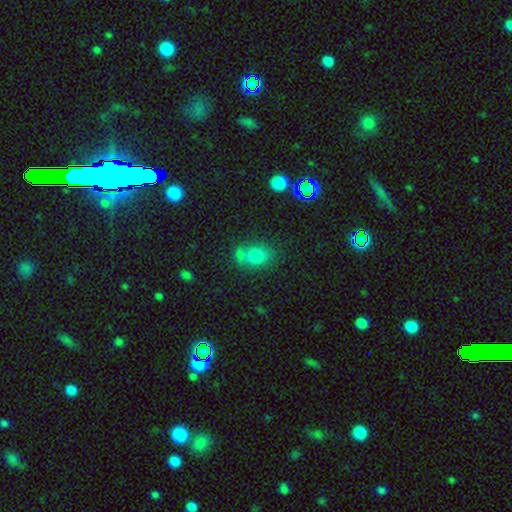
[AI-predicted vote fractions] Overall: smooth (76%). How rounded: in between (55%; round 44%). Merging: none (50%; merger 30%).